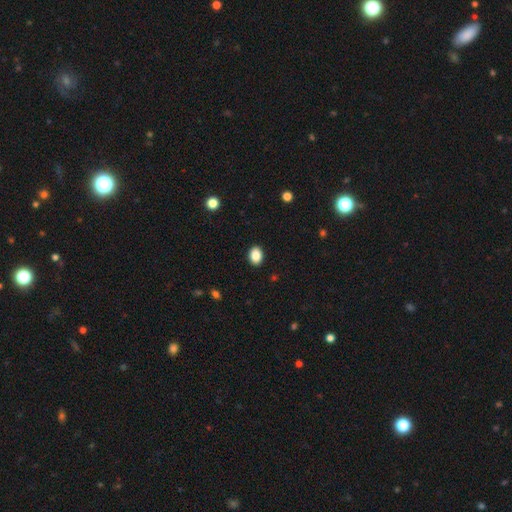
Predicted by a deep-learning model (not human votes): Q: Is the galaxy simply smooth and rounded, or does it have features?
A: smooth — 88%.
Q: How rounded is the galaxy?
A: in between — 67%.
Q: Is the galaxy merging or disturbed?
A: none — 91%.